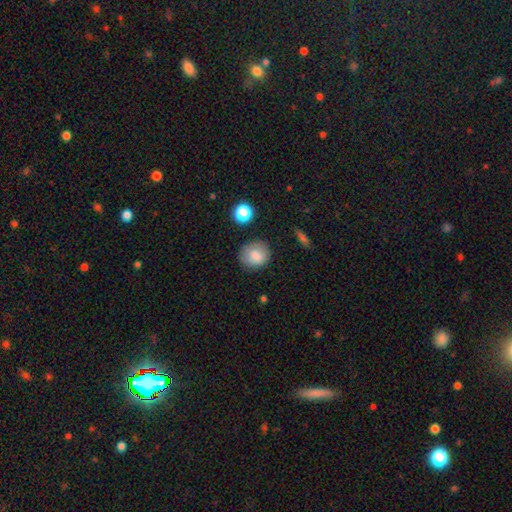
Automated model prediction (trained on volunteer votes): smooth 83%, star or artifact 9%, featured or disk 8%. Down the decision tree: how rounded — round (77%); merging — none (76%).